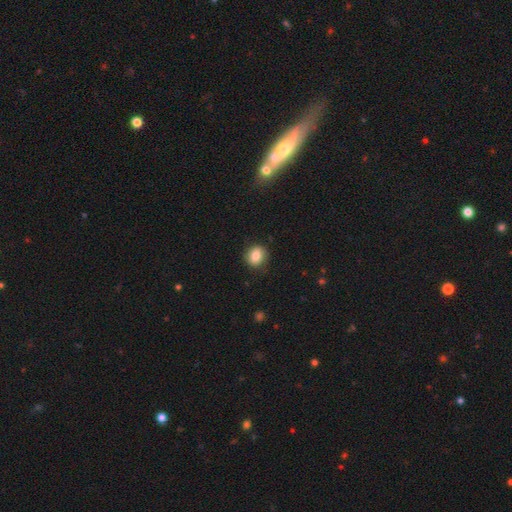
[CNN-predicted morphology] Overall: smooth (83%). How rounded: round (63%; in between 36%). Merging: none (85%).